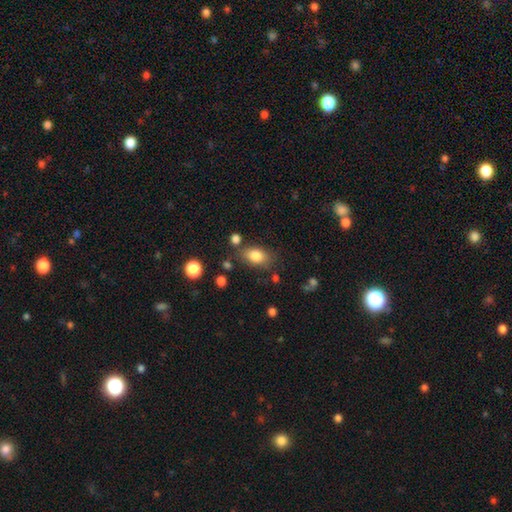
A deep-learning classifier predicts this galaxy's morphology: Smooth or featured: smooth — 82% (star or artifact — 9%)
How rounded: in between — 83% (round — 15%)
Merging: none — 74% (minor disturbance — 15%)